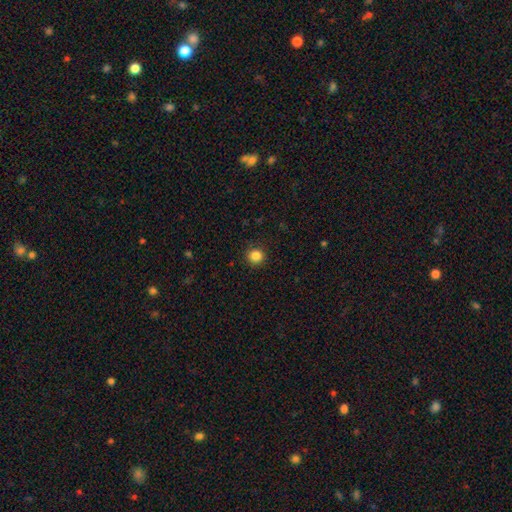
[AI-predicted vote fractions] The model was most divided on "smooth or featured": smooth: 85%, star or artifact: 11%, featured or disk: 4%. More confident: how rounded — round (93%); merging — none (91%).